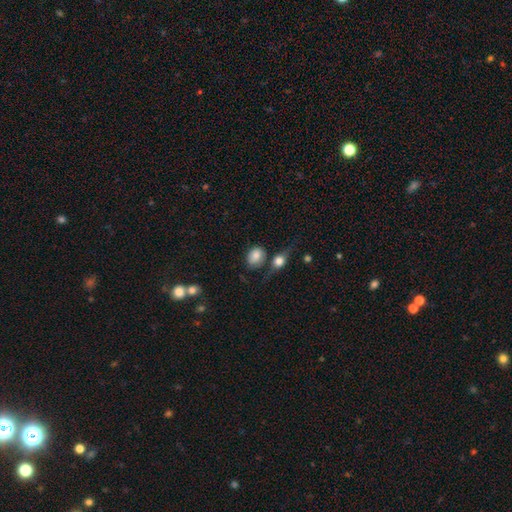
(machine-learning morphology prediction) smooth_or_featured: smooth (p=0.80) [alt: featured or disk p=0.12]
how_rounded: in between (p=0.63) [alt: round p=0.36]
merging: none (p=0.53) [alt: merger p=0.19]